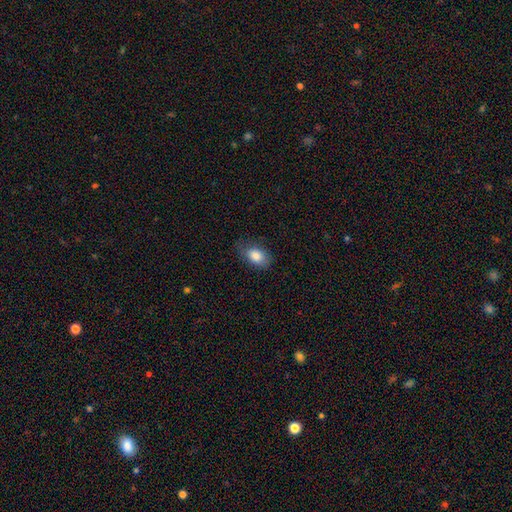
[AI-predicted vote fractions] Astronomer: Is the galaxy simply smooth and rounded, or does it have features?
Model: smooth — 83%.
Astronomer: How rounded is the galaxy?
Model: in between — 88%.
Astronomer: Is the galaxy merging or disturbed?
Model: none — 67%.